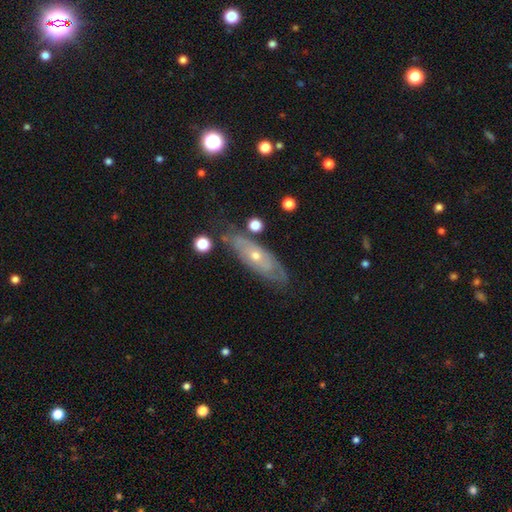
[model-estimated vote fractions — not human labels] Morphology: type=featured or disk (68%); edge-on=no (78%); bar=no (85%); spiral arms=yes (61%); bulge=small (56%); merging=none (67%).